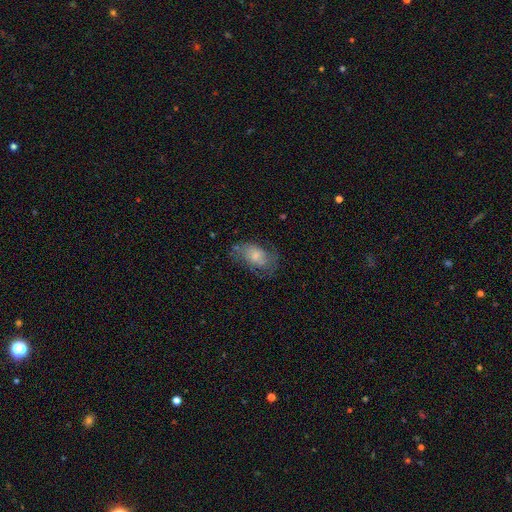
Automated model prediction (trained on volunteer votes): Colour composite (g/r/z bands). It shows a smooth galaxy with no disk features (50%) that is in between round and cigar-shaped (87%). Merging: none (51%).